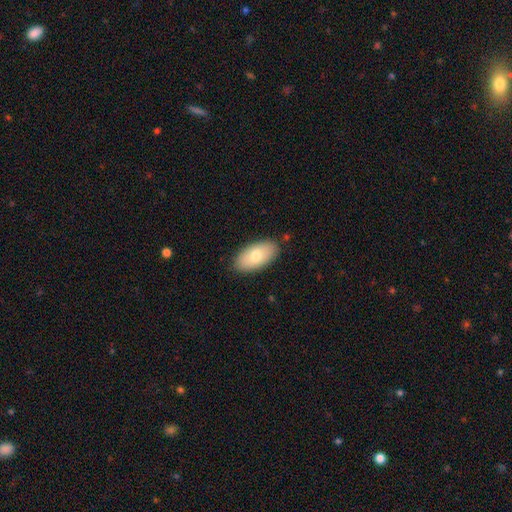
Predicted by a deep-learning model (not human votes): Smooth or featured: smooth — 75% (featured or disk — 19%)
How rounded: in between — 94% (cigar-shaped — 3%)
Merging: none — 86% (minor disturbance — 10%)